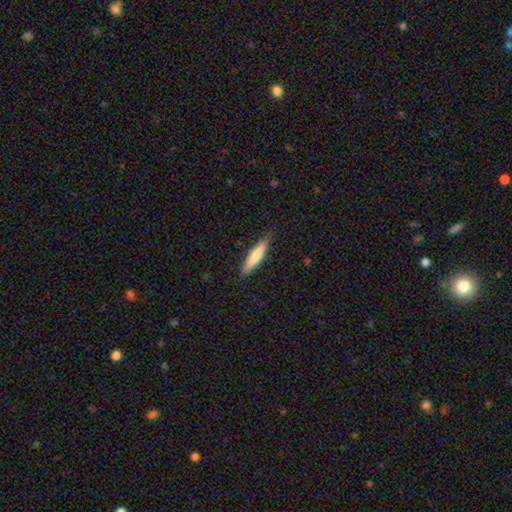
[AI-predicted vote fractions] This appears to be a smooth galaxy with no disk features (60%) that is cigar-shaped (86%). Merging: none (87%).